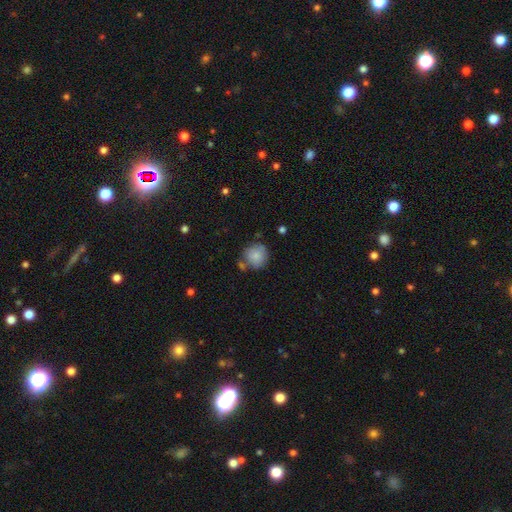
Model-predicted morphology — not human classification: Overall: smooth (83%). How rounded: round (92%). Merging: none (69%).